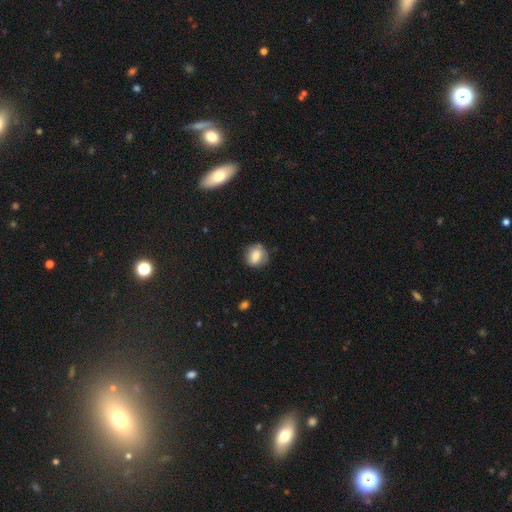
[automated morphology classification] Q: Smooth or featured?
A: smooth (78%); runner-up: featured or disk (13%)
Q: How rounded?
A: round (68%); runner-up: in between (31%)
Q: Merging?
A: none (74%); runner-up: minor disturbance (20%)